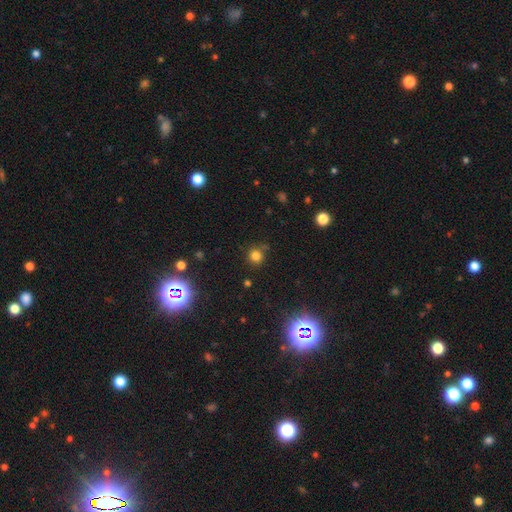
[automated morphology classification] Q: Smooth or featured?
A: smooth (77%); runner-up: star or artifact (18%)
Q: How rounded?
A: round (91%); runner-up: in between (8%)
Q: Merging?
A: none (80%); runner-up: minor disturbance (12%)